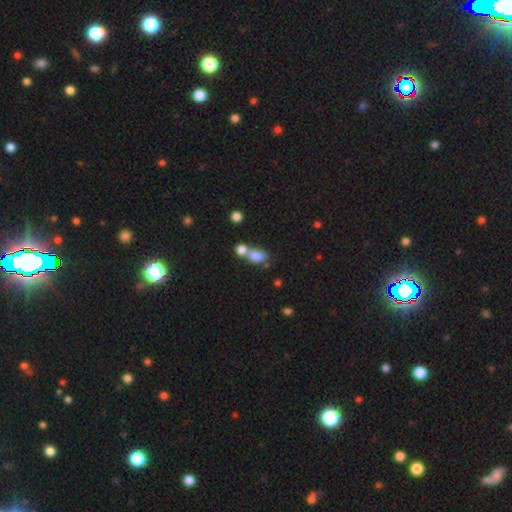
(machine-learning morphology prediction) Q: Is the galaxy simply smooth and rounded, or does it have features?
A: smooth — 81%.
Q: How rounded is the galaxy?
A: in between — 79%.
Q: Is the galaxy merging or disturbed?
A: merger — 51%.